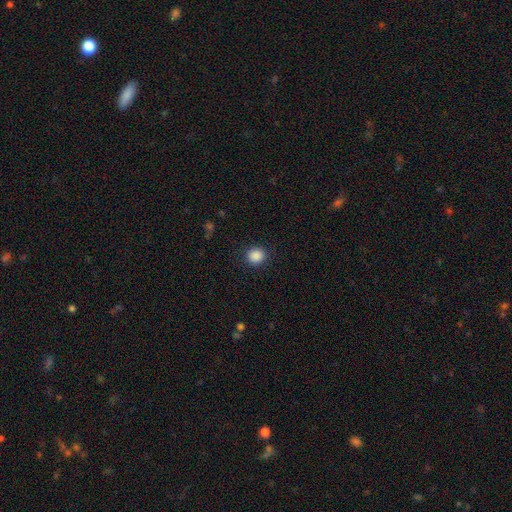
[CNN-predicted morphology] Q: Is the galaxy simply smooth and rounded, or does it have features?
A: smooth — 88%.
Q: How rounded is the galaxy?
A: round — 89%.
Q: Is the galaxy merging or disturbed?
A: none — 90%.